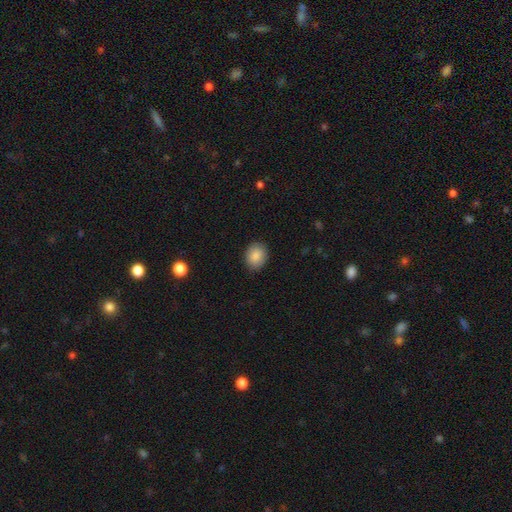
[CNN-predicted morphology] Overall: smooth (88%). How rounded: in between (51%; round 48%). Merging: none (88%).